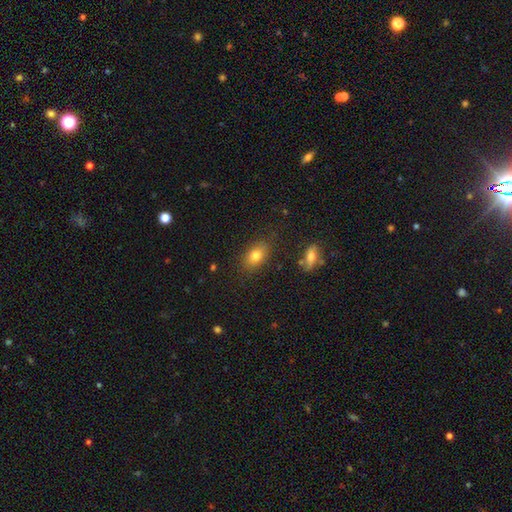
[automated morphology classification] smooth 79%, featured or disk 11%, star or artifact 10%. Down the decision tree: how rounded — in between (81%); merging — none (82%).